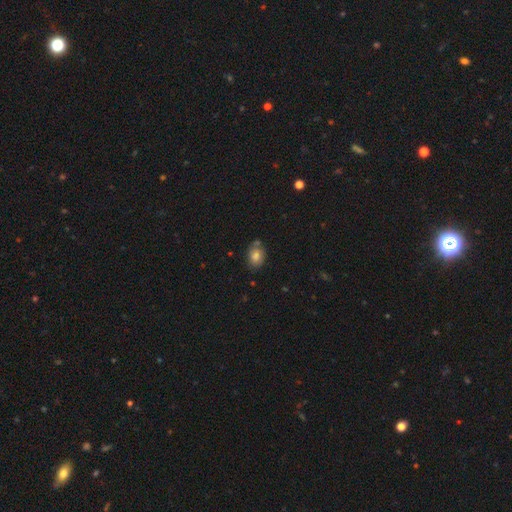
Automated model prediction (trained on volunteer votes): Overall: smooth (77%). How rounded: in between (71%). Merging: none (66%).